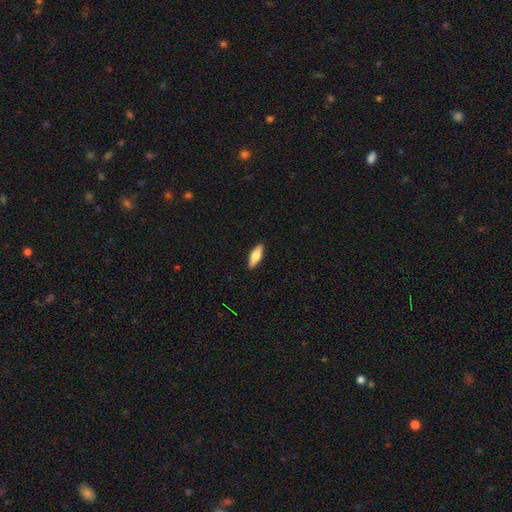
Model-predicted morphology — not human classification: type=smooth (62%); roundness=in between (57%); merging=none (90%).